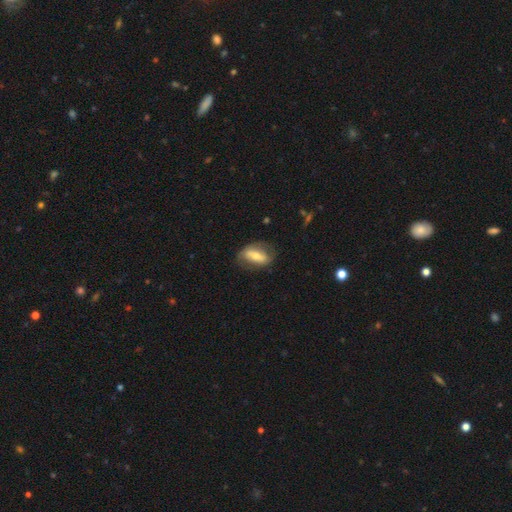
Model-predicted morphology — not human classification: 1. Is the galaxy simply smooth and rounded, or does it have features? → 48% smooth, 45% featured or disk, 7% star or artifact.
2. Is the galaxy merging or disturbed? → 67% none, 22% minor disturbance, 10% major disturbance, 2% merger.